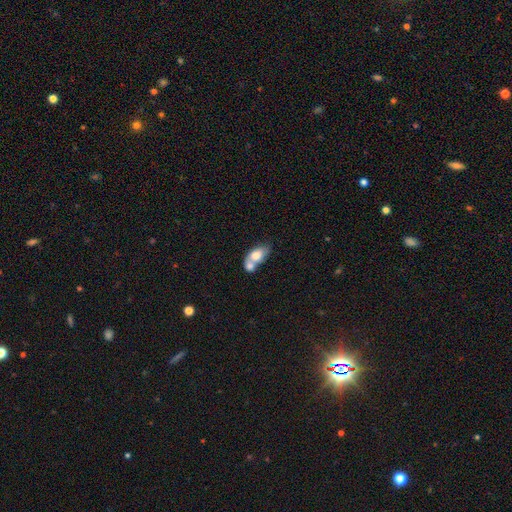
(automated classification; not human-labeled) smooth-or-featured: smooth: 71% | featured or disk: 22% | star or artifact: 7%
  how-rounded: in between: 83% | round: 14% | cigar-shaped: 3%
  merging: merger: 69% | none: 17% | minor disturbance: 9% | major disturbance: 5%